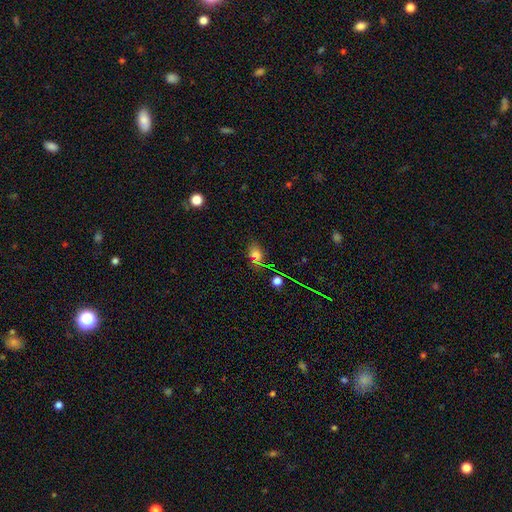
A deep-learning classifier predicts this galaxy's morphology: smooth_or_featured: smooth (p=0.64) [alt: star or artifact p=0.27]
how_rounded: in between (p=0.74) [alt: round p=0.23]
merging: none (p=0.73) [alt: minor disturbance p=0.16]